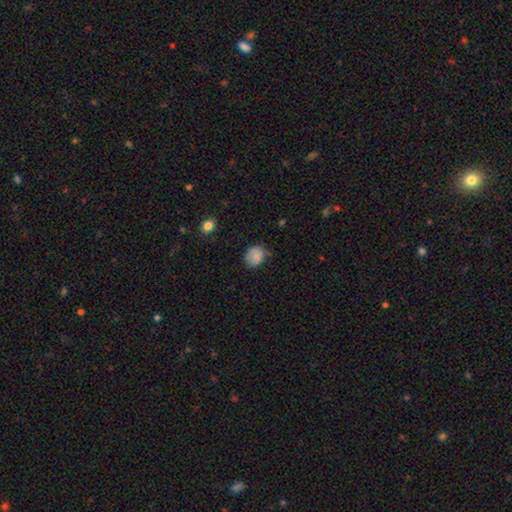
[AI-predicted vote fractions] Q: Smooth or featured?
A: smooth (82%); runner-up: star or artifact (10%)
Q: How rounded?
A: round (60%); runner-up: in between (40%)
Q: Merging?
A: none (60%); runner-up: minor disturbance (30%)